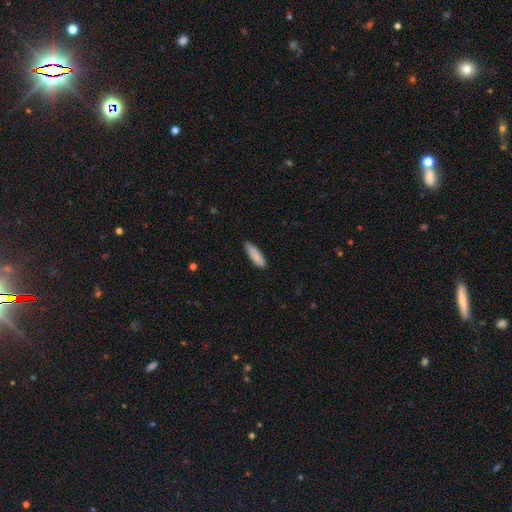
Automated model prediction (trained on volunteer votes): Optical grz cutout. It shows a smooth galaxy with no disk features (86%) that is cigar-shaped (61%). Merging: none (83%).